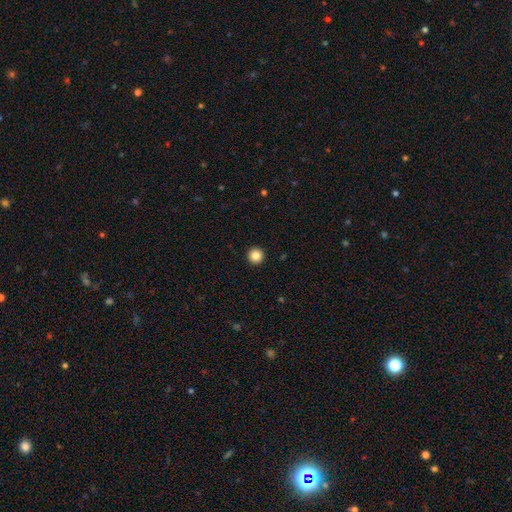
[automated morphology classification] A smooth galaxy with no disk features (85%) that is round (97%). Merging: none (94%).